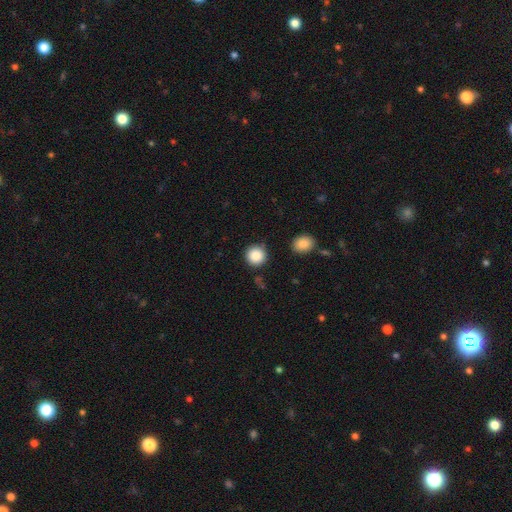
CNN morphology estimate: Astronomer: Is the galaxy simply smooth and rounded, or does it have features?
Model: smooth — 87%.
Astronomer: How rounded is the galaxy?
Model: round — 93%.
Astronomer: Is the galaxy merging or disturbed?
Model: none — 86%.